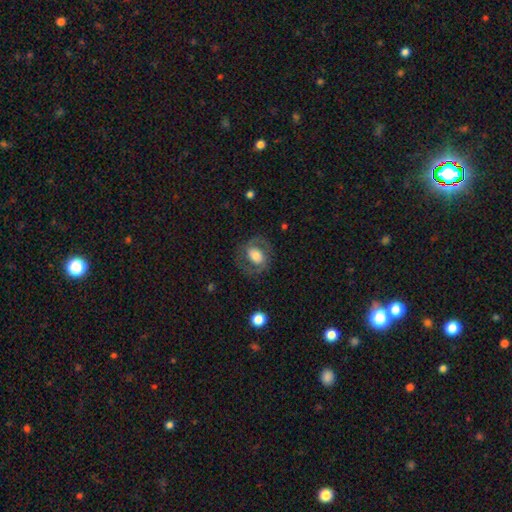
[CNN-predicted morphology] featured or disk 56%, smooth 37%, star or artifact 7%. Down the decision tree: edge-on disk — no (96%); bar — no (54%); spiral arms — yes (68%); bulge size — moderate (43%); merging — none (73%).